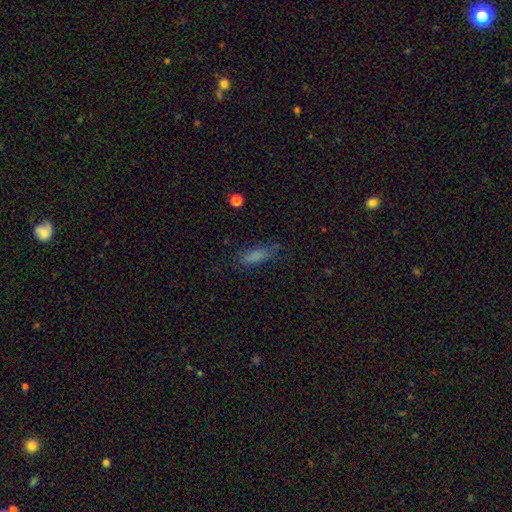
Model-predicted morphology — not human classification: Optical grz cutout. It shows a smooth galaxy with no disk features (76%) that is cigar-shaped (50%). Merging: none (70%).